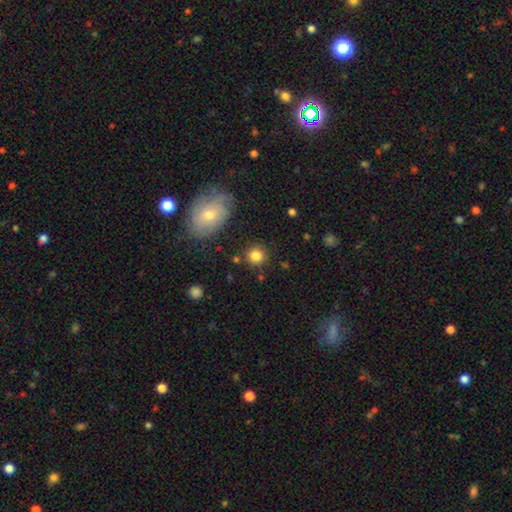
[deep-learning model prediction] Smooth or featured: smooth — 83% (star or artifact — 11%)
How rounded: round — 91% (in between — 8%)
Merging: none — 86% (minor disturbance — 8%)